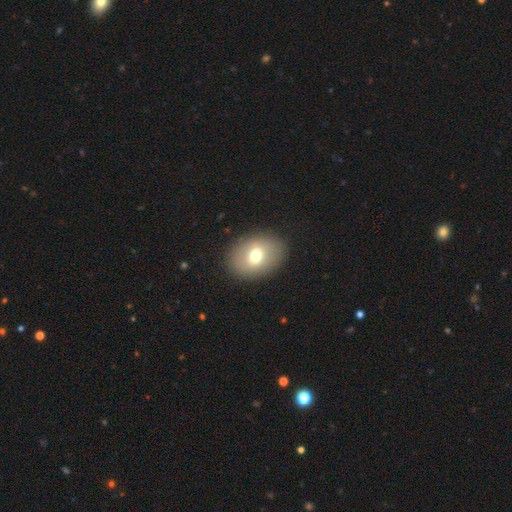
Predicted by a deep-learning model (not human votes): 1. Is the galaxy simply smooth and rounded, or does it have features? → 68% smooth, 23% featured or disk, 9% star or artifact.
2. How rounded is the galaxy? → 67% in between, 32% round, 1% cigar-shaped.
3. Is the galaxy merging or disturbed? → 87% none, 9% minor disturbance, 3% major disturbance, 1% merger.